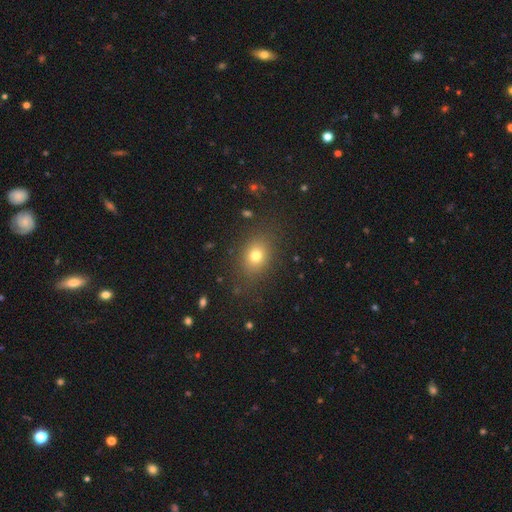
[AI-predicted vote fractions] The model was most divided on "how rounded": in between: 54%, round: 45%, cigar-shaped: 1%. More confident: merging — none (83%); smooth or featured — smooth (76%).